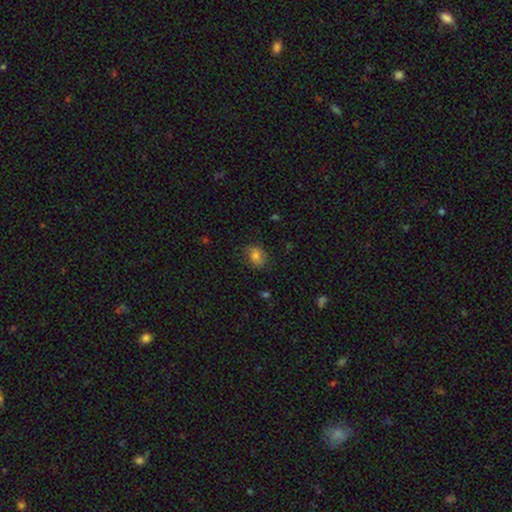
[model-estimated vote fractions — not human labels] The model was most divided on "how rounded": round: 52%, in between: 47%, cigar-shaped: 1%. More confident: smooth or featured — smooth (78%); merging — none (73%).